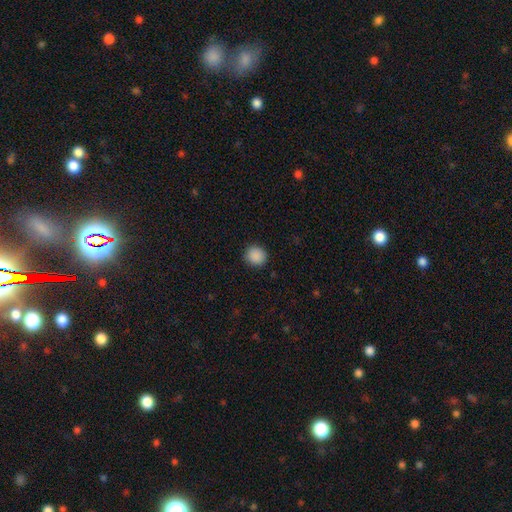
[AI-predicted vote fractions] The model was most divided on "how rounded": round: 88%, in between: 11%, cigar-shaped: 1%. More confident: merging — none (90%); smooth or featured — smooth (89%).